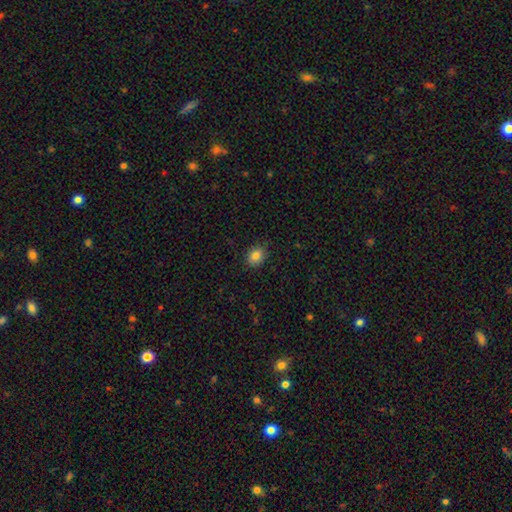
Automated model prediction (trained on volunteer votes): Smooth or featured: smooth — 84% (star or artifact — 10%)
How rounded: in between — 52% (round — 47%)
Merging: none — 86% (minor disturbance — 11%)